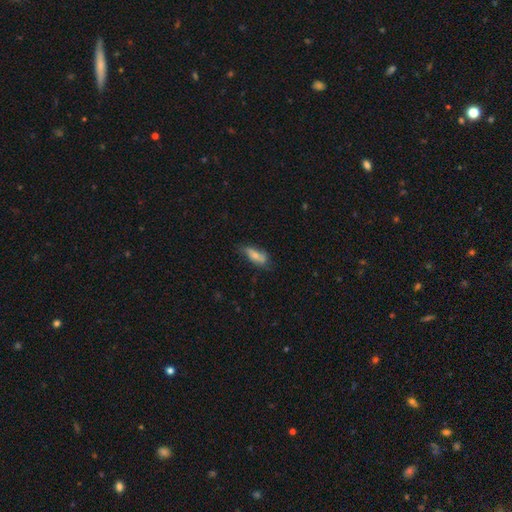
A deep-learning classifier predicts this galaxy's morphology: Smooth or featured? Predicted: smooth (p=0.61). How rounded? Predicted: in between (p=0.72). Merging? Predicted: none (p=0.56).